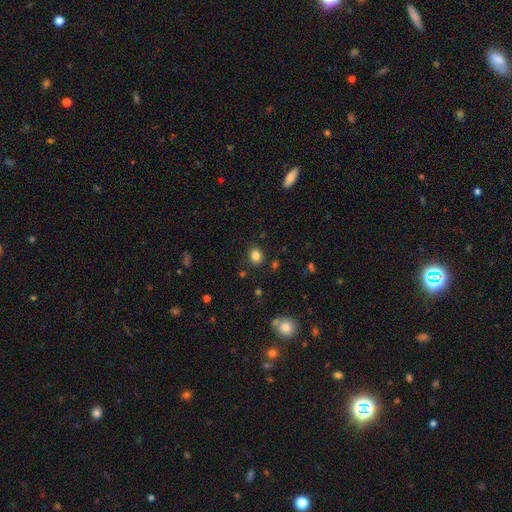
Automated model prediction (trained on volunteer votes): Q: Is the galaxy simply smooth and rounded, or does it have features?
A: smooth — 83%.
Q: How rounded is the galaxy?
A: round — 59%.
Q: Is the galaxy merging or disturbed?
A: none — 86%.